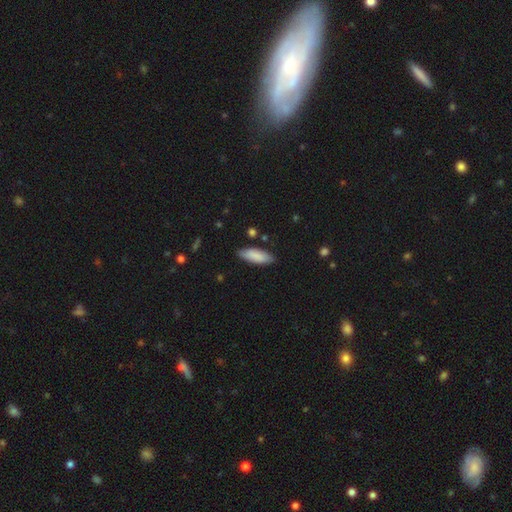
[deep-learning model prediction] smooth 86%, featured or disk 8%, star or artifact 6%. Down the decision tree: how rounded — in between (66%); merging — none (83%).